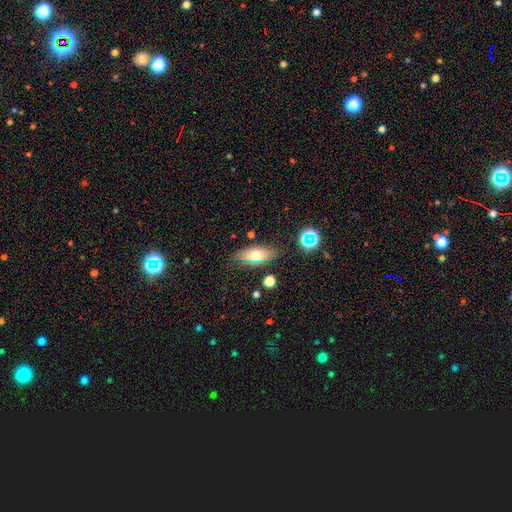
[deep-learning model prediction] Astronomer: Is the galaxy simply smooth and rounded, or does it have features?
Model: smooth — 64%.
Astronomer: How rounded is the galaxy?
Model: in between — 77%.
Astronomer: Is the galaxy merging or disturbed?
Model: none — 80%.